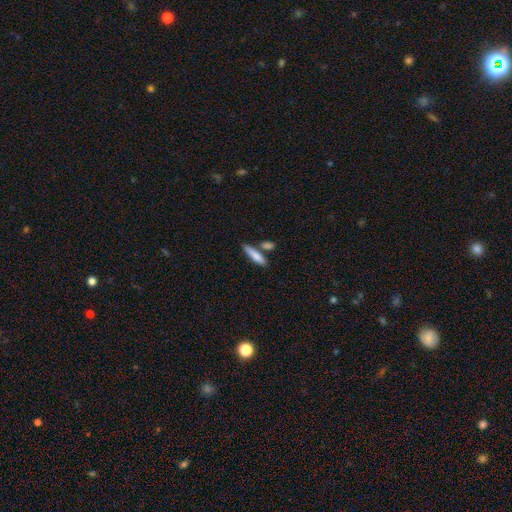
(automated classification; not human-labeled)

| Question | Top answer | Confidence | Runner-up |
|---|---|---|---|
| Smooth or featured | smooth | 78% | featured or disk (16%) |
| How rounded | cigar-shaped | 76% | in between (22%) |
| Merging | none | 67% | merger (18%) |